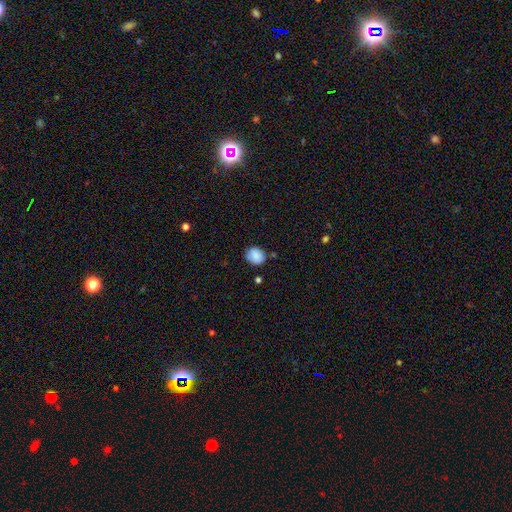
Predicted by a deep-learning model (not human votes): smooth 87%, star or artifact 8%, featured or disk 5%. Down the decision tree: how rounded — round (58%); merging — none (77%).